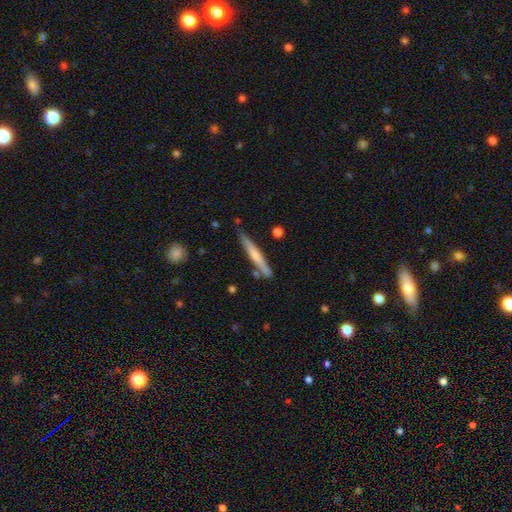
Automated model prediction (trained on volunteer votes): Morphology: type=smooth (49%); merging=none (79%).